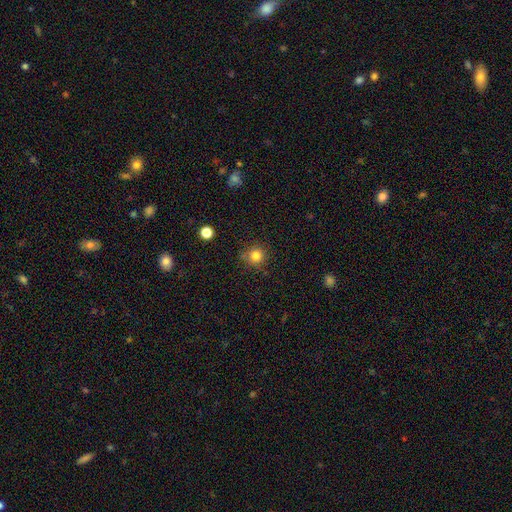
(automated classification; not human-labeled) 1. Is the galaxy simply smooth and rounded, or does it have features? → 82% smooth, 12% star or artifact, 5% featured or disk.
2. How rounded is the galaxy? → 93% round, 6% in between, 1% cigar-shaped.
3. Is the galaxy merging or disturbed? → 82% none, 12% minor disturbance, 4% merger, 3% major disturbance.